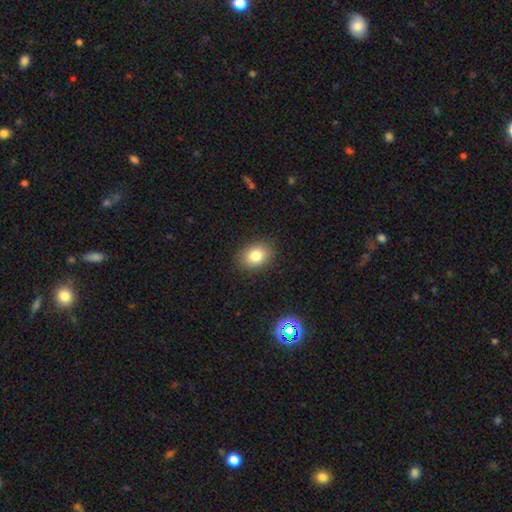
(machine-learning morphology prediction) Smooth or featured?
  - smooth: 81% *
  - star or artifact: 11%
  - featured or disk: 8%
How rounded?
  - in between: 67% *
  - round: 32%
  - cigar-shaped: 1%
Merging?
  - none: 88% *
  - minor disturbance: 9%
  - major disturbance: 2%
  - merger: 1%